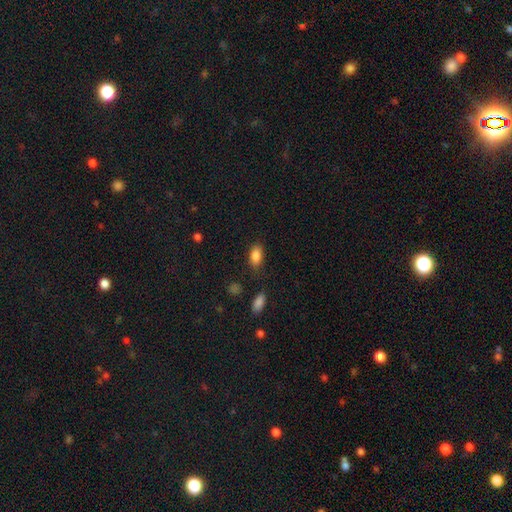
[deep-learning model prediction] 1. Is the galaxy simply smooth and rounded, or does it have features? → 86% smooth, 8% star or artifact, 5% featured or disk.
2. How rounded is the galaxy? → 90% in between, 6% round, 4% cigar-shaped.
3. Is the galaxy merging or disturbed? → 78% none, 16% minor disturbance, 4% major disturbance, 3% merger.